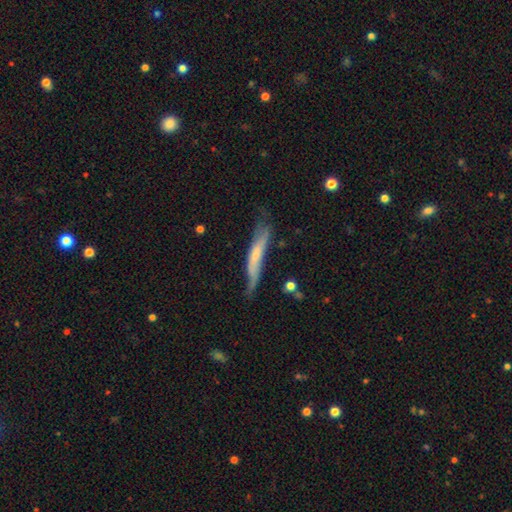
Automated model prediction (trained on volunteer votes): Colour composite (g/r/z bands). It shows a featured or disk galaxy (48%). Merging: none (47%).